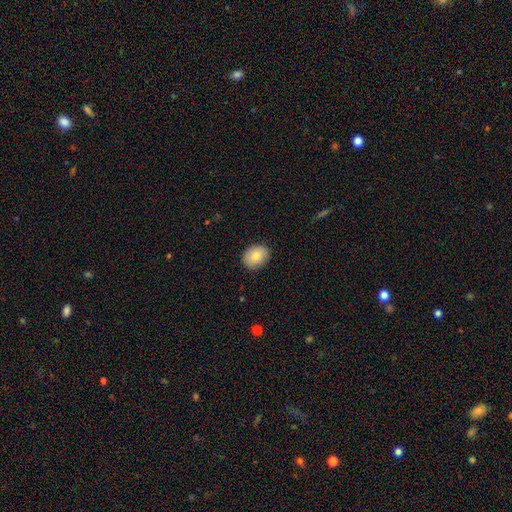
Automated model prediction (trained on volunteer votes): Overall: smooth (83%). How rounded: in between (56%; round 44%). Merging: none (88%).